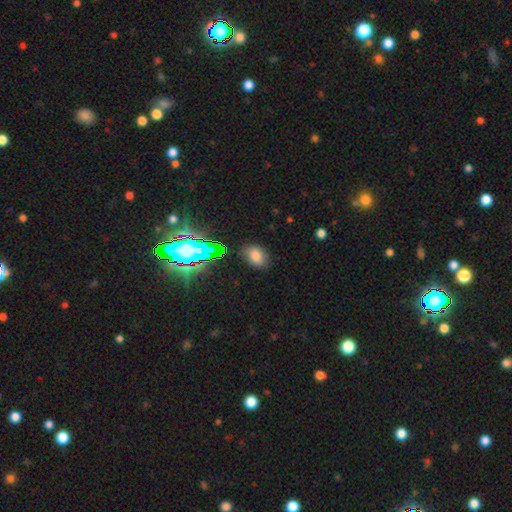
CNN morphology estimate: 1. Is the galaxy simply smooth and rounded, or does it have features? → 73% smooth, 19% star or artifact, 8% featured or disk.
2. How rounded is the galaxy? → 78% in between, 21% round, 1% cigar-shaped.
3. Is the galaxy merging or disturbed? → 81% none, 13% minor disturbance, 4% major disturbance, 2% merger.